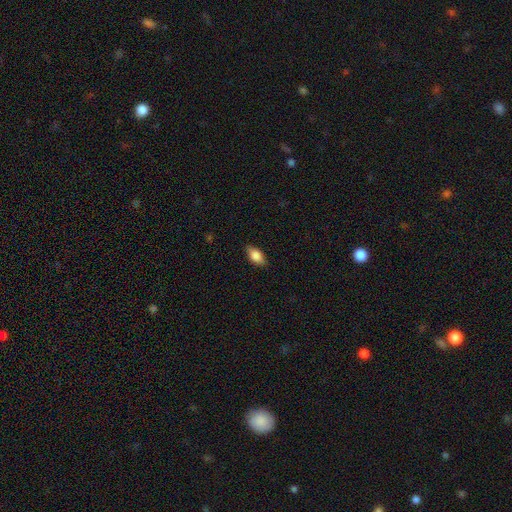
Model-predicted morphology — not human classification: Smooth or featured: smooth — 83% (featured or disk — 10%)
How rounded: in between — 89% (round — 6%)
Merging: none — 83% (minor disturbance — 13%)